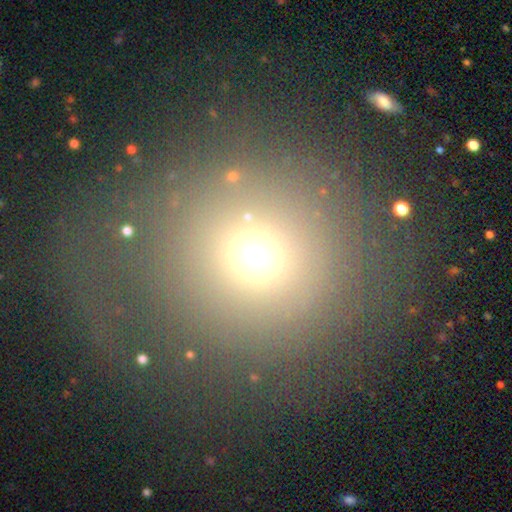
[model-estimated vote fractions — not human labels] smooth_or_featured: smooth (p=0.66) [alt: star or artifact p=0.25]
how_rounded: round (p=0.84) [alt: in between p=0.14]
merging: none (p=0.81) [alt: minor disturbance p=0.09]